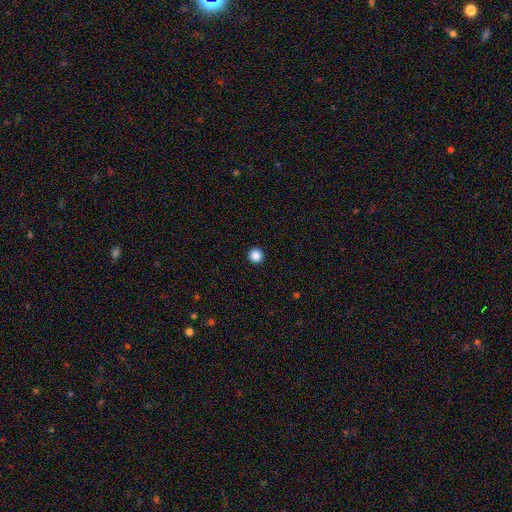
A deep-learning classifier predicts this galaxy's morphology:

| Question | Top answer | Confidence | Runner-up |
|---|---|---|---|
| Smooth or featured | smooth | 86% | star or artifact (11%) |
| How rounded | round | 96% | in between (3%) |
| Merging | none | 94% | minor disturbance (3%) |